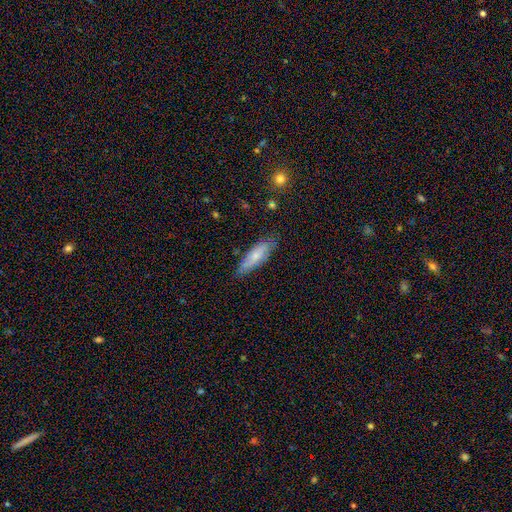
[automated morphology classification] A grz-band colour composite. It shows a smooth galaxy with no disk features (65%) that is cigar-shaped (53%). Merging: none (75%).